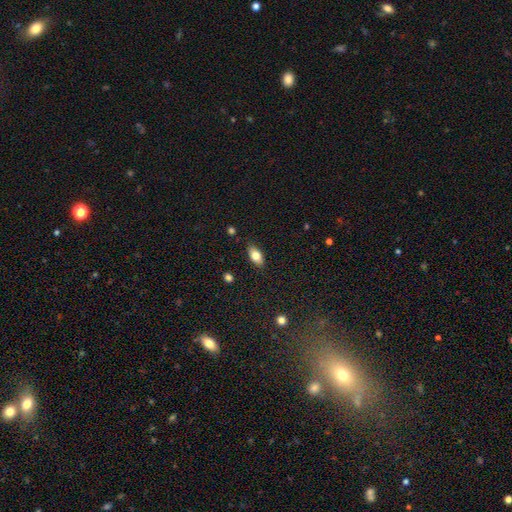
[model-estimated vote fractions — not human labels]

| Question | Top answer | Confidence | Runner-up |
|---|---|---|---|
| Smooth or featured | smooth | 79% | featured or disk (14%) |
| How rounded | in between | 88% | cigar-shaped (7%) |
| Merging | none | 86% | minor disturbance (11%) |